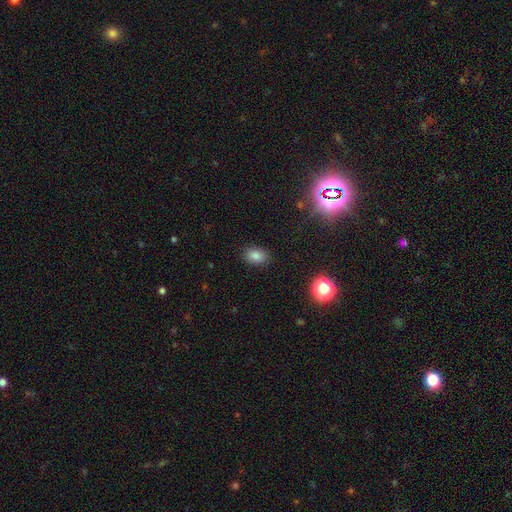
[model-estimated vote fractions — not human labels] The model was most divided on "how rounded": in between: 80%, round: 19%, cigar-shaped: 1%. More confident: merging — none (87%); smooth or featured — smooth (82%).